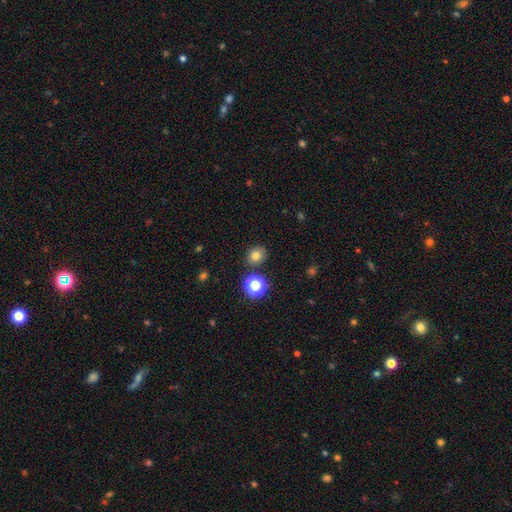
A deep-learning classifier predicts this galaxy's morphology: smooth-or-featured: smooth: 75% | star or artifact: 17% | featured or disk: 8%
  how-rounded: round: 71% | in between: 28% | cigar-shaped: 1%
  merging: none: 83% | minor disturbance: 9% | merger: 5% | major disturbance: 3%